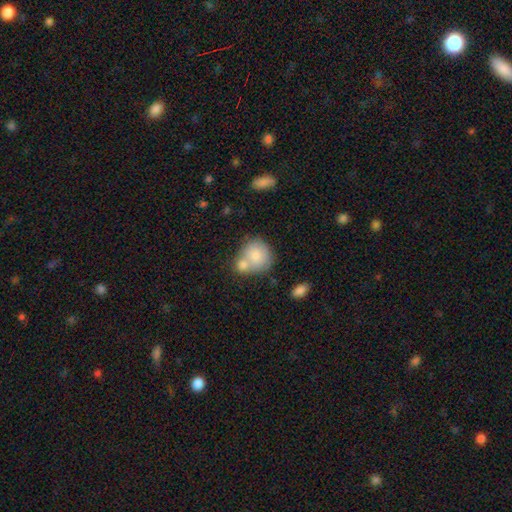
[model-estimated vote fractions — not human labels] Morphology: type=smooth (79%); roundness=round (81%); merging=merger (47%).